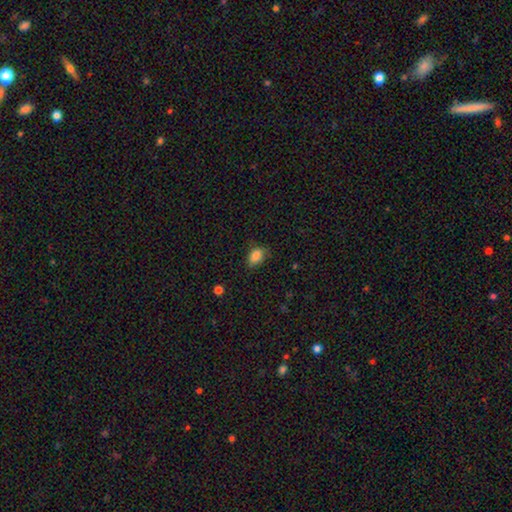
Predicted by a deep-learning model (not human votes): Morphology: type=smooth (86%); roundness=in between (84%); merging=none (72%).